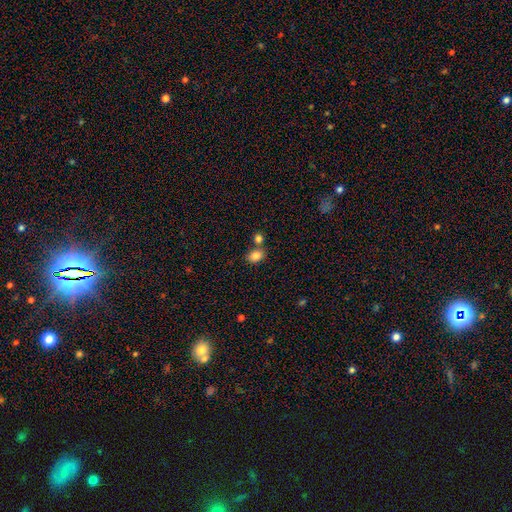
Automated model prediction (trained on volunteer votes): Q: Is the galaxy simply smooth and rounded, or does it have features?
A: smooth — 85%.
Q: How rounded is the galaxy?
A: in between — 73%.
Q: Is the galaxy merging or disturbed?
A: none — 61%.